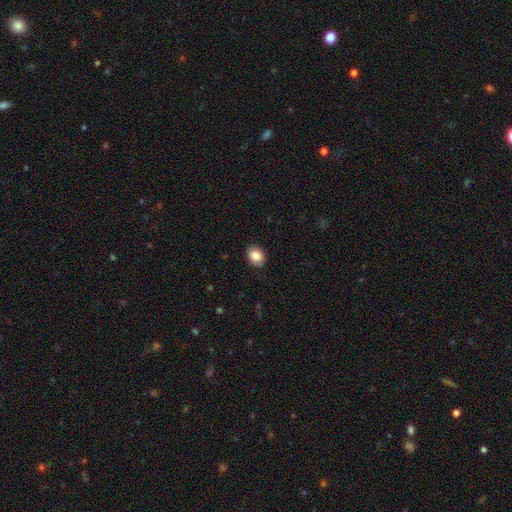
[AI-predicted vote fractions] Smooth or featured? Predicted: smooth (p=0.85). How rounded? Predicted: in between (p=0.59). Merging? Predicted: none (p=0.89).